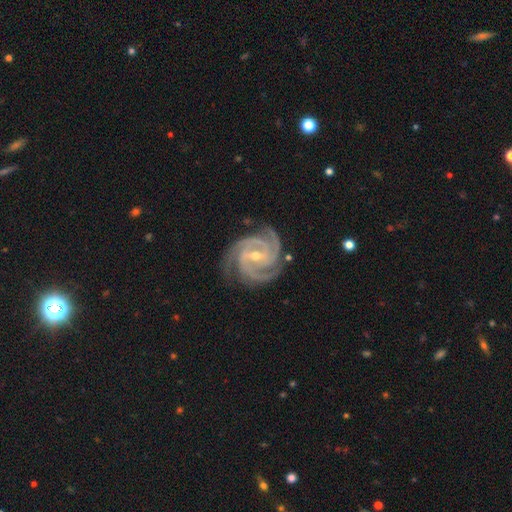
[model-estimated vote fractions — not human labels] Smooth or featured? featured or disk (94%)
Edge-on disk? no (98%)
Bar? weak (45%)
Spiral arms? yes (99%)
Spiral winding? tight (69%)
Spiral arm count? 3 (55%)
Bulge size? small (56%)
Merging? none (79%)